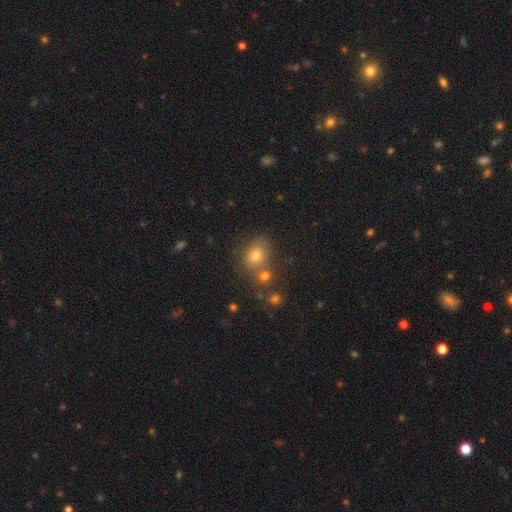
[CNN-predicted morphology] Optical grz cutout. It shows a smooth galaxy with no disk features (73%) that is round (51%). Merging: none (58%).